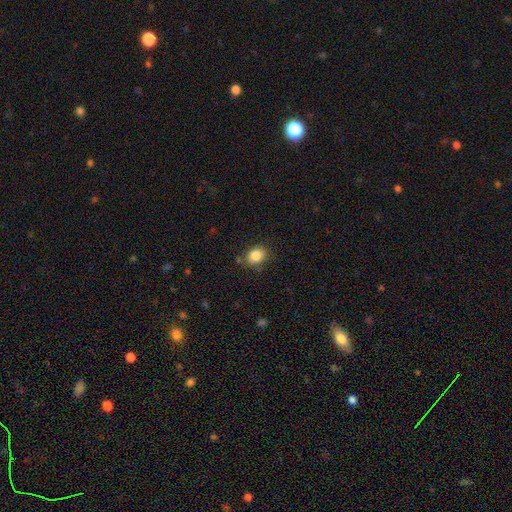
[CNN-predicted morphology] Smooth or featured? Predicted: smooth (p=0.85). How rounded? Predicted: in between (p=0.50). Merging? Predicted: none (p=0.80).